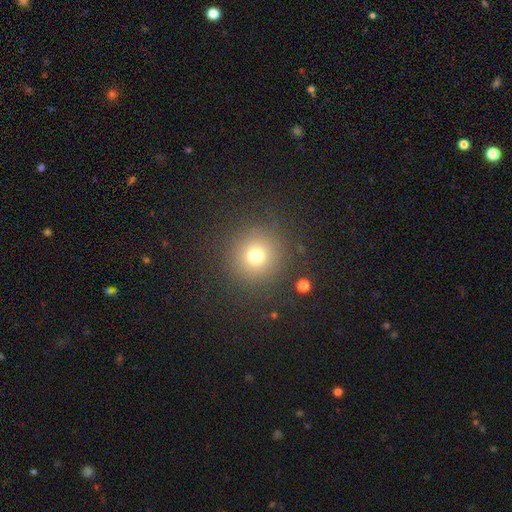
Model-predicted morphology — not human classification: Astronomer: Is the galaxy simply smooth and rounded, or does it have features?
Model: smooth — 73%.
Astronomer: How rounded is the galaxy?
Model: round — 95%.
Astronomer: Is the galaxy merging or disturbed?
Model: none — 88%.